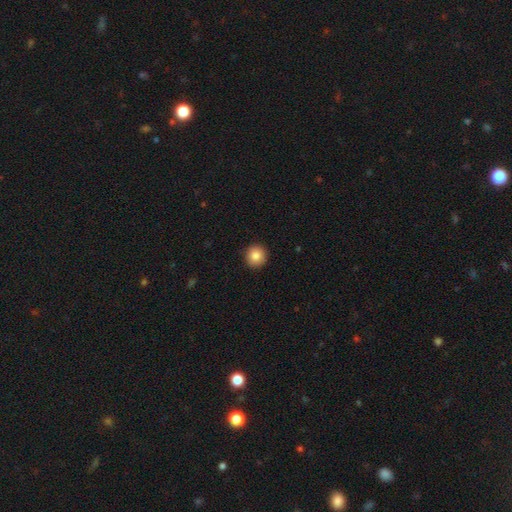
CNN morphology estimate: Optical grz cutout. It shows a smooth galaxy with no disk features (85%) that is round (93%). Merging: none (92%).